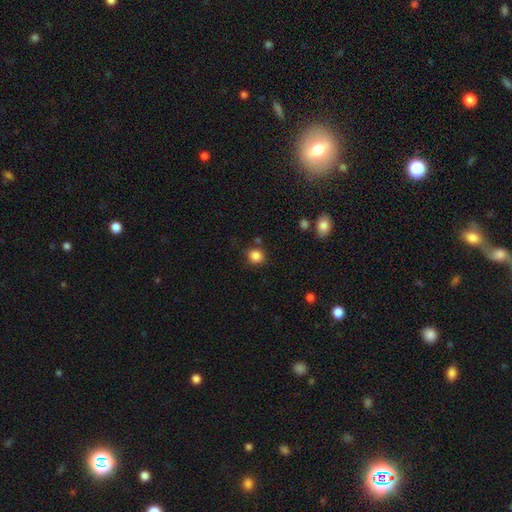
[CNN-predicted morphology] The model was most divided on "merging": none: 79%, minor disturbance: 13%, merger: 5%, major disturbance: 4%. More confident: smooth or featured — smooth (86%); how rounded — round (83%).